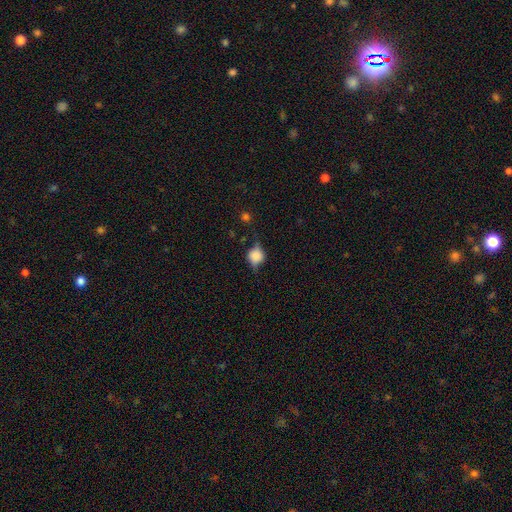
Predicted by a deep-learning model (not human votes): Smooth or featured?
  - smooth: 60% *
  - featured or disk: 28%
  - star or artifact: 12%
How rounded?
  - round: 80% *
  - in between: 19%
  - cigar-shaped: 2%
Merging?
  - none: 57% *
  - minor disturbance: 29%
  - major disturbance: 12%
  - merger: 3%